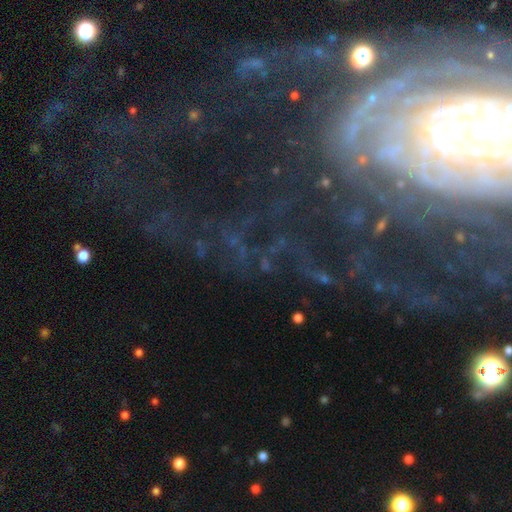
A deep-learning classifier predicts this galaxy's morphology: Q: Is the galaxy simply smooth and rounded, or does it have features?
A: featured or disk — 57%.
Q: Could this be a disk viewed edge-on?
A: no — 92%.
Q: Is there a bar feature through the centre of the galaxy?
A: no — 49%.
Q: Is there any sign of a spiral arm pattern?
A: yes — 81%.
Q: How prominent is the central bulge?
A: small — 58%.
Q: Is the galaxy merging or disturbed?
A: none — 57%.